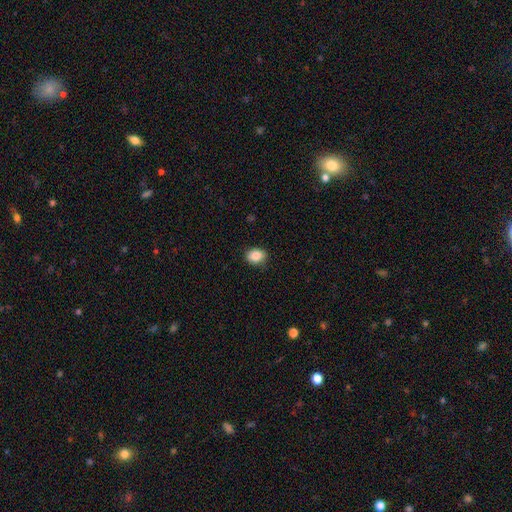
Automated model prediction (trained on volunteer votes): Smooth or featured? smooth (87%)
How rounded? in between (61%)
Merging? none (85%)